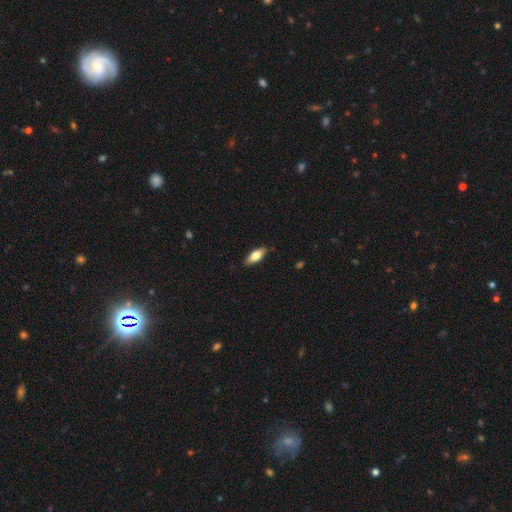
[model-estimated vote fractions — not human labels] The model was most divided on "smooth or featured": smooth: 68%, featured or disk: 26%, star or artifact: 6%. More confident: merging — none (87%); how rounded — in between (76%).